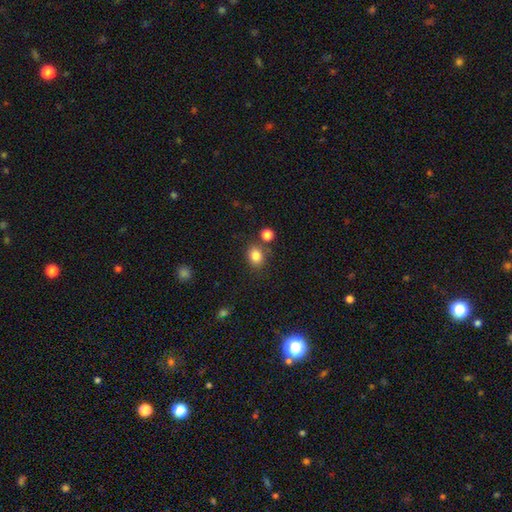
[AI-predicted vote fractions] smooth 83%, star or artifact 11%, featured or disk 6%. Down the decision tree: how rounded — round (54%); merging — none (73%).